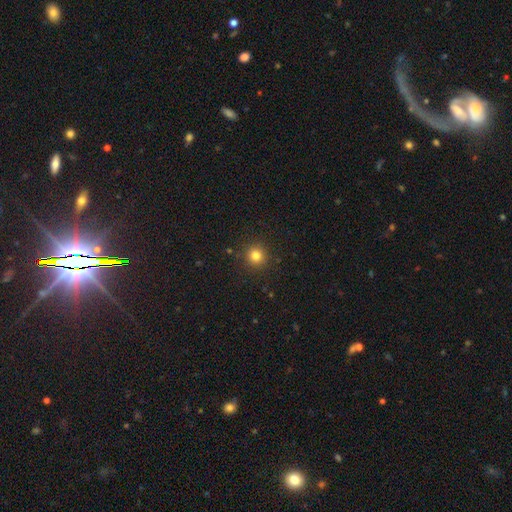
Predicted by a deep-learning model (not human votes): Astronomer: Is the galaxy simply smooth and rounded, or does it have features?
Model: smooth — 81%.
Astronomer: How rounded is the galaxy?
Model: round — 94%.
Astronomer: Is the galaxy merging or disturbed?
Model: none — 91%.